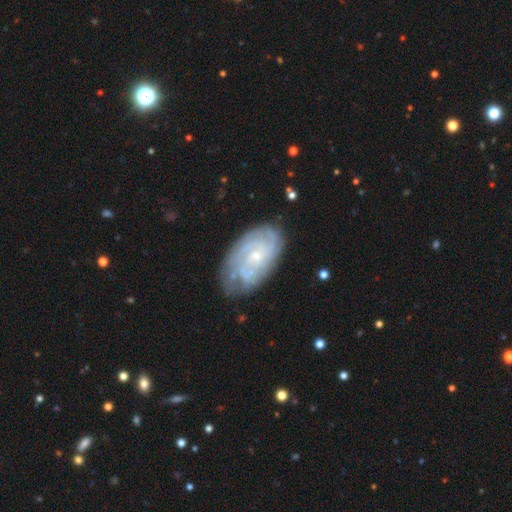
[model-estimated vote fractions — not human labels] A featured or disk galaxy (77%) with no bar (73%), tight (70%) spiral arms (92%) and a small central bulge (71%). Merging: none (71%).